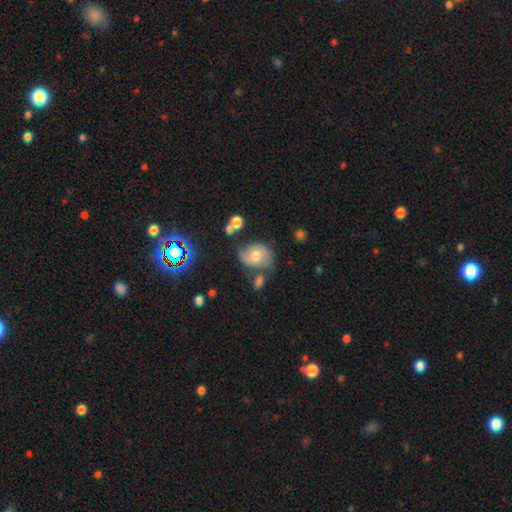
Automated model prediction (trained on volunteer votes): This is possibly a smooth galaxy (48%). Merging: possibly none (51%).